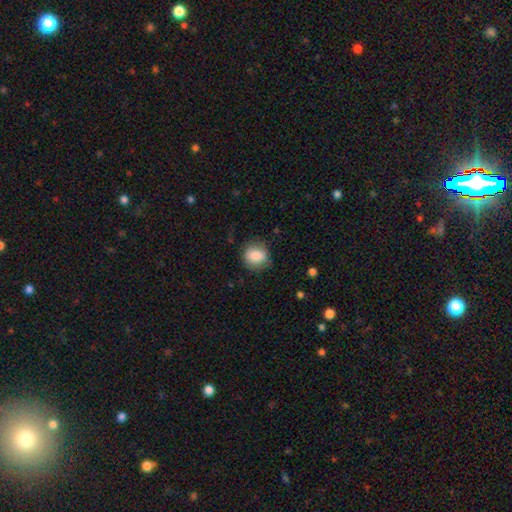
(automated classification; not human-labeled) Smooth or featured?
  - smooth: 84% *
  - star or artifact: 8%
  - featured or disk: 8%
How rounded?
  - round: 72% *
  - in between: 27%
  - cigar-shaped: 1%
Merging?
  - none: 75% *
  - minor disturbance: 18%
  - major disturbance: 6%
  - merger: 1%